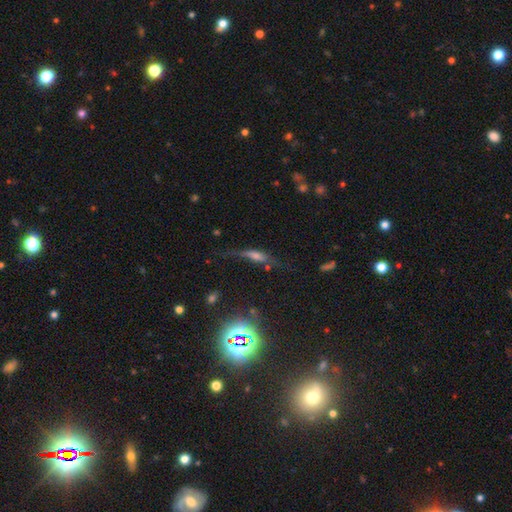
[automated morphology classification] A featured or disk galaxy (46%).

Vote fractions:
- Smooth or featured? featured or disk: 46% / smooth: 36% / star or artifact: 17%
- Merging? none: 48% / minor disturbance: 25% / major disturbance: 22% / merger: 5%